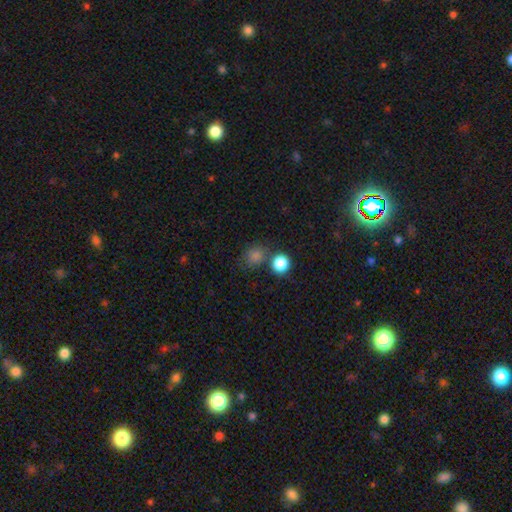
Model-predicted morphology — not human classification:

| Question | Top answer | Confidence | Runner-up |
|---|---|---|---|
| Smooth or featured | smooth | 80% | star or artifact (15%) |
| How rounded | round | 77% | in between (22%) |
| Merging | none | 65% | merger (17%) |